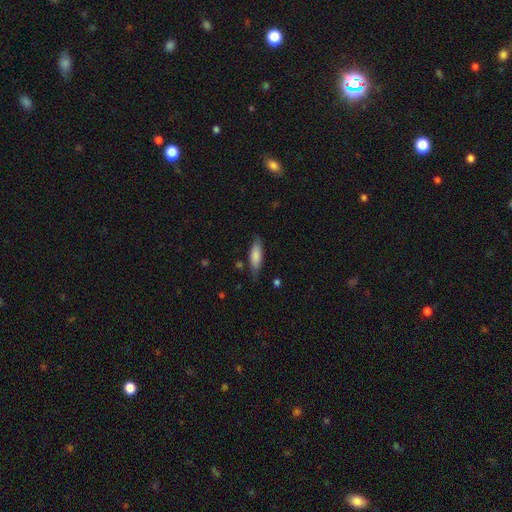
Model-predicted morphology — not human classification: The model was most divided on "how rounded": in between: 57%, cigar-shaped: 41%, round: 2%. More confident: smooth or featured — smooth (80%); merging — none (73%).